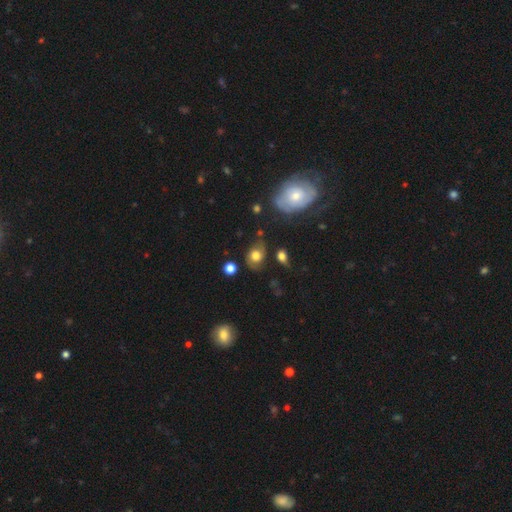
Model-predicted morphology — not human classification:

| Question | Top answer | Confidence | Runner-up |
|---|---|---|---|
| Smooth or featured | smooth | 61% | featured or disk (29%) |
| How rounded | in between | 57% | round (41%) |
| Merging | none | 61% | minor disturbance (24%) |